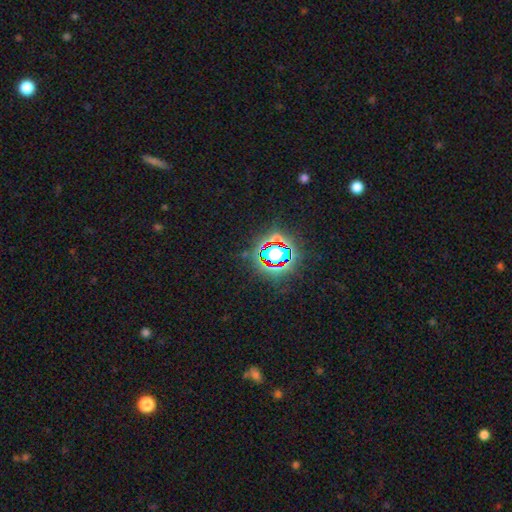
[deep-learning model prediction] smooth-or-featured: star or artifact: 81% | smooth: 11% | featured or disk: 7%